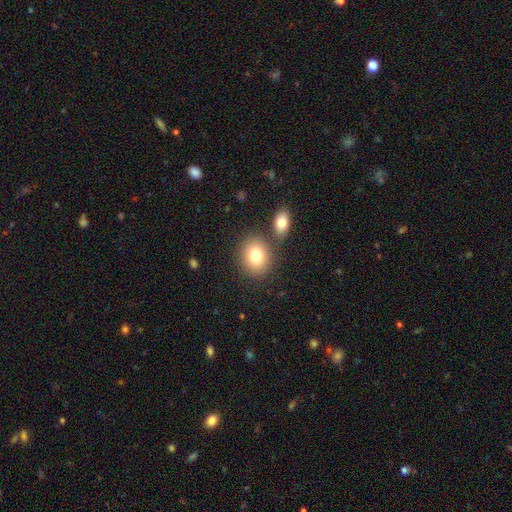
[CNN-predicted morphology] type=smooth (80%); roundness=round (61%); merging=none (72%).